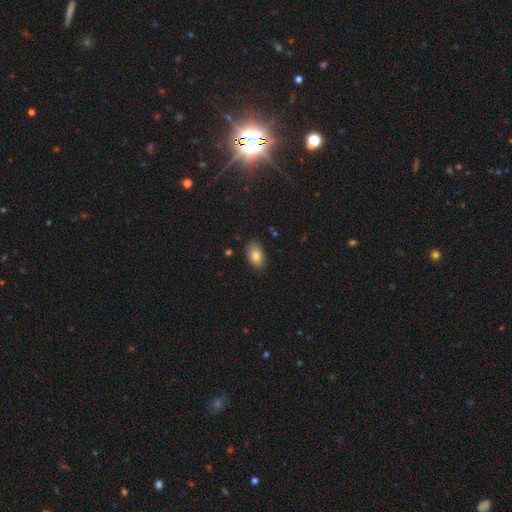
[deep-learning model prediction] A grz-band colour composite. It shows a smooth galaxy with no disk features (83%) that is in between round and cigar-shaped (92%). Merging: none (86%).